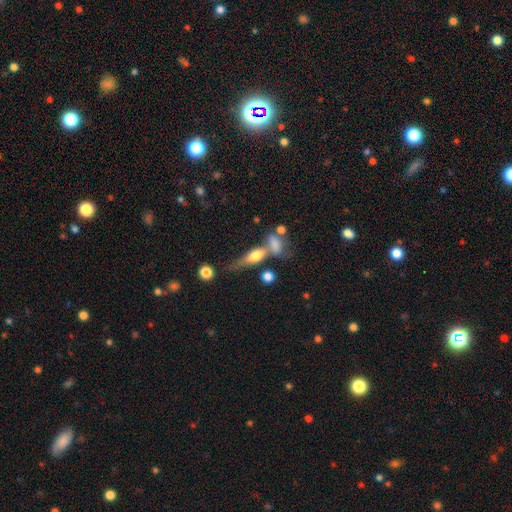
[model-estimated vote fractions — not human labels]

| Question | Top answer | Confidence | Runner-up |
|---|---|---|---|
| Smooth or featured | smooth | 55% | featured or disk (35%) |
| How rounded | in between | 50% | cigar-shaped (42%) |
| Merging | none | 37% | merger (33%) |